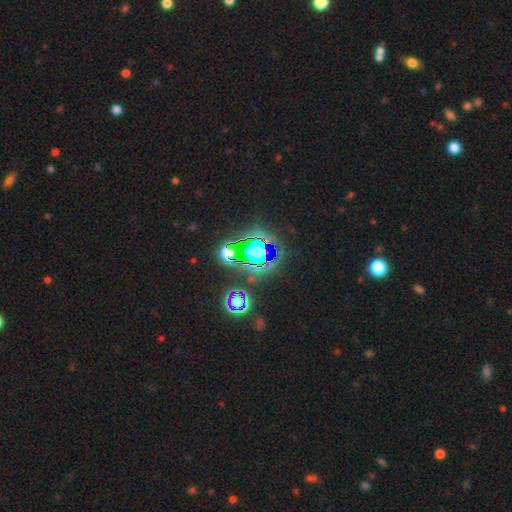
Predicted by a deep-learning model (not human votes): A star or artifact, not a galaxy (81%).

Vote fractions:
- Smooth or featured? star or artifact: 81% / smooth: 12% / featured or disk: 8%